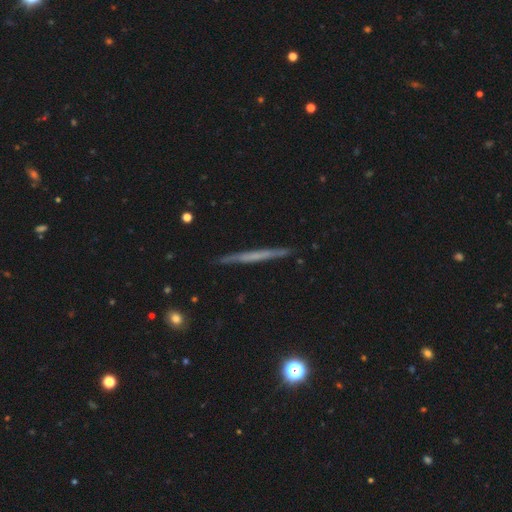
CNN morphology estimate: This is possibly a featured or disk galaxy (56%). It is clearly viewed edge-on (97%). Edge-on bulge: clearly none (86%). Merging: clearly none (90%).